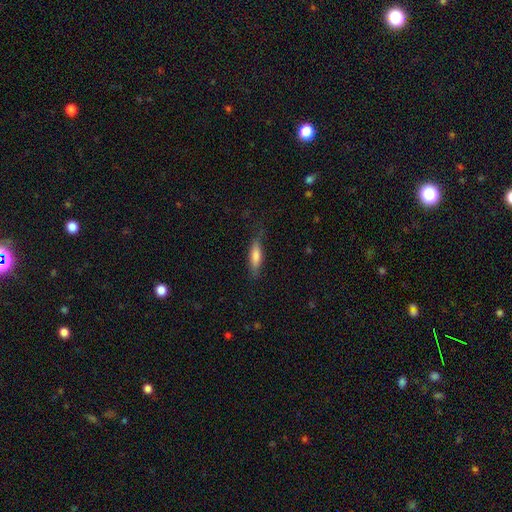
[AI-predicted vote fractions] Q: Smooth or featured?
A: smooth (71%); runner-up: featured or disk (23%)
Q: How rounded?
A: cigar-shaped (63%); runner-up: in between (35%)
Q: Merging?
A: none (72%); runner-up: minor disturbance (20%)